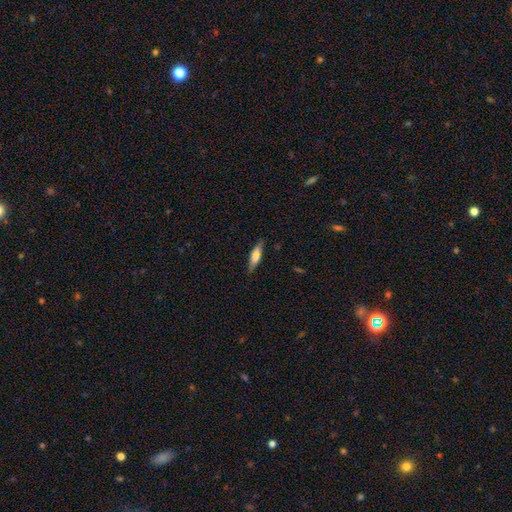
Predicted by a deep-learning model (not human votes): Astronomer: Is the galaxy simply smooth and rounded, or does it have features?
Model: smooth — 59%.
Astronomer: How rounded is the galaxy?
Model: cigar-shaped — 69%.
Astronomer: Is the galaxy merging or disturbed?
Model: none — 82%.